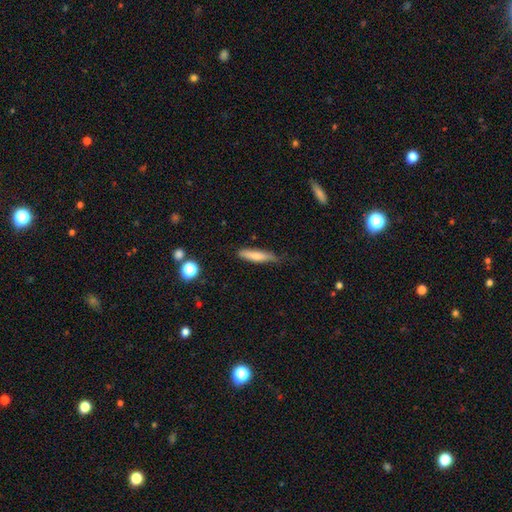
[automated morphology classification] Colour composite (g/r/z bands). It shows a smooth galaxy with no disk features (76%) that is cigar-shaped (80%). Merging: none (65%).